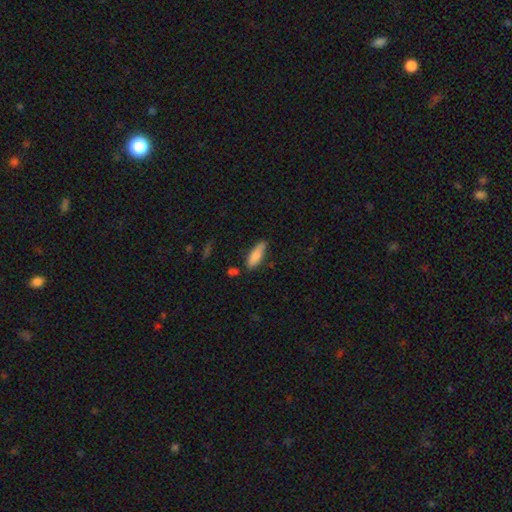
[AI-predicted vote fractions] This appears to be a smooth galaxy with no disk features (81%) that is in between round and cigar-shaped (58%). Merging: none (72%).